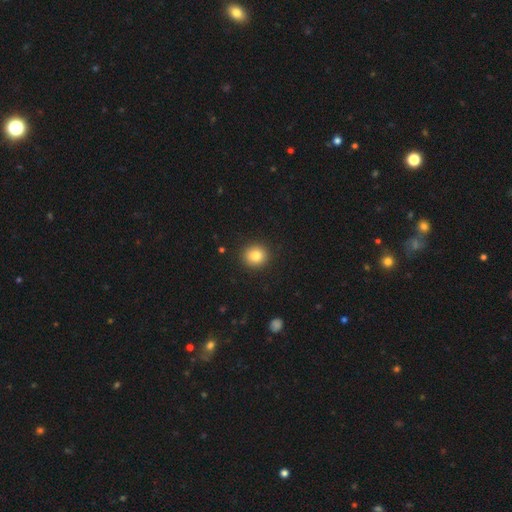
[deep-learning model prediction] Morphology: type=smooth (83%); roundness=round (88%); merging=none (92%).